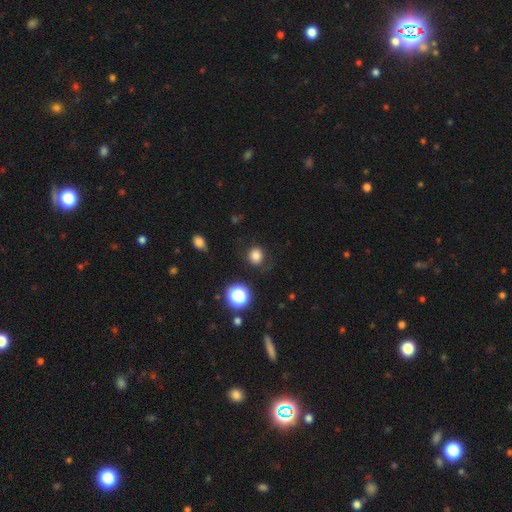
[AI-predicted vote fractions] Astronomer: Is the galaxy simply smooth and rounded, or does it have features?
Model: smooth — 79%.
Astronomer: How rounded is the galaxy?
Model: round — 80%.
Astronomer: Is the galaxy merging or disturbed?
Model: none — 81%.